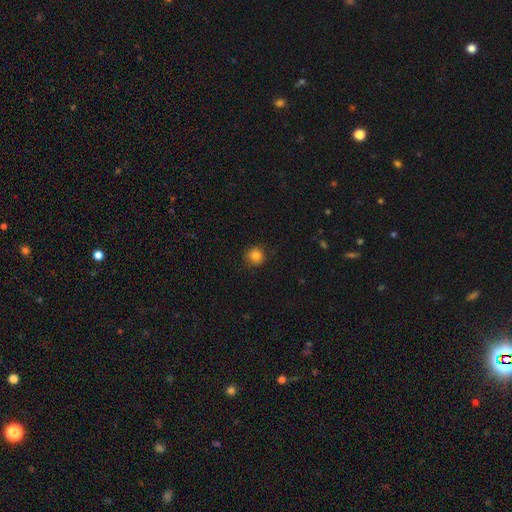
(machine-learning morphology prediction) A smooth galaxy with no disk features (83%) that is round (91%). Merging: none (86%).